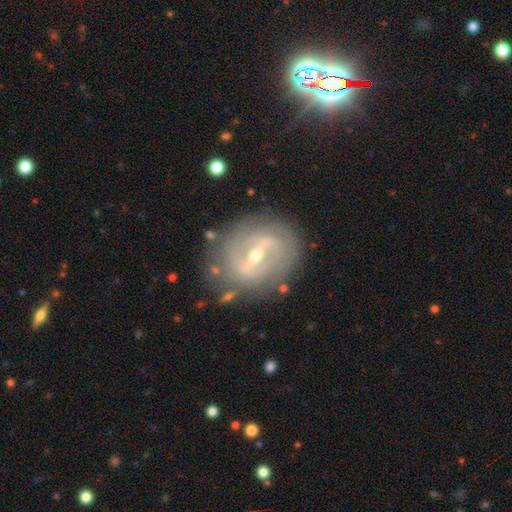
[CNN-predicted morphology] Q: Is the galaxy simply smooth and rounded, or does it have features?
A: featured or disk — 82%.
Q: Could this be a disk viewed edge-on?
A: no — 93%.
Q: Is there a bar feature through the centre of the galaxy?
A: strong — 58%.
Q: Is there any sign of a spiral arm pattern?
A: yes — 67%.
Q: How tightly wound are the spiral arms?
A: tight — 45%.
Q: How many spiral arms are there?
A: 2 — 63%.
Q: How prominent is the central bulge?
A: small — 50%.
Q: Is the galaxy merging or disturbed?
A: none — 79%.